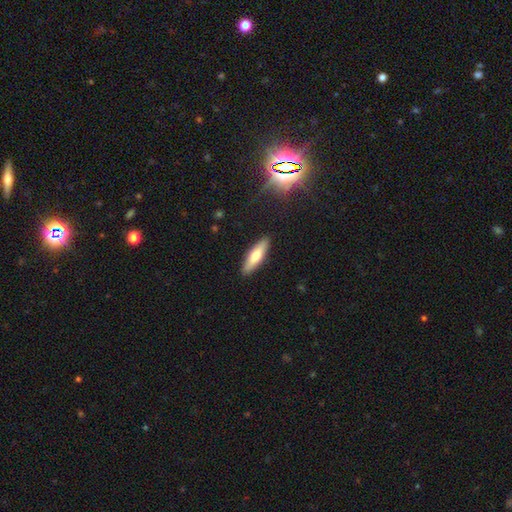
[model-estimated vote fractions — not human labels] Q: Smooth or featured?
A: smooth (68%); runner-up: featured or disk (26%)
Q: How rounded?
A: cigar-shaped (63%); runner-up: in between (35%)
Q: Merging?
A: none (90%); runner-up: minor disturbance (8%)